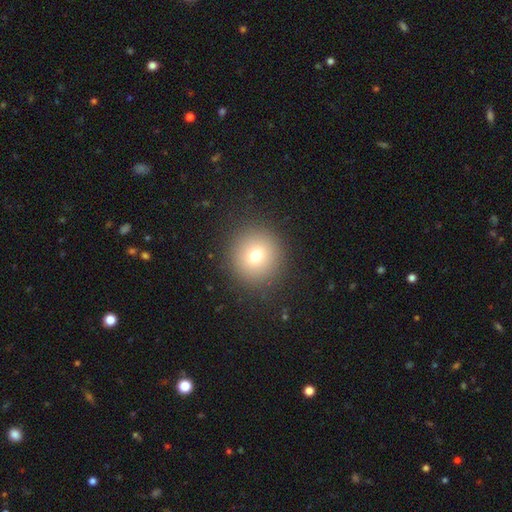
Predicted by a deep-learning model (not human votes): This appears to be a smooth galaxy with no disk features (74%) that is round (94%). Merging: none (90%).